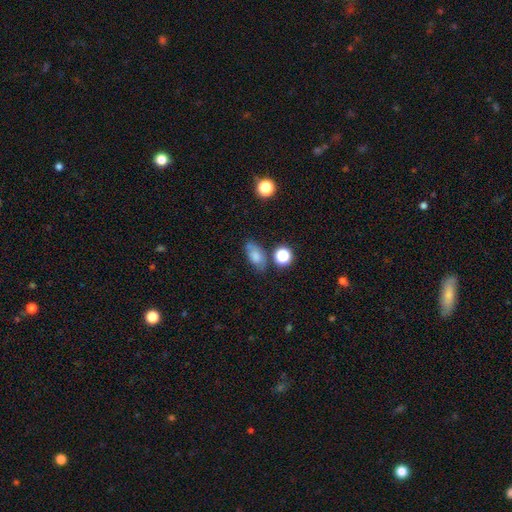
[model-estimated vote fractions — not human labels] This appears to be a smooth galaxy with no disk features (73%) that is in between round and cigar-shaped (82%). Merging: none (64%).